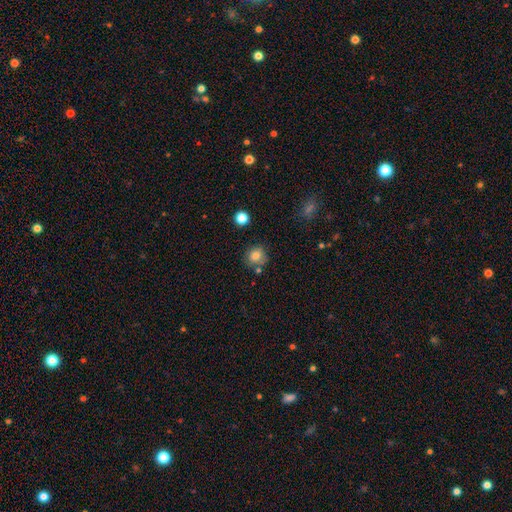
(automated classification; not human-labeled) A smooth galaxy with no disk features (79%) that is round (87%).

Vote fractions:
- Smooth or featured? smooth: 79% / star or artifact: 11% / featured or disk: 9%
- How rounded? round: 87% / in between: 12% / cigar-shaped: 1%
- Merging? none: 73% / minor disturbance: 14% / merger: 8% / major disturbance: 4%